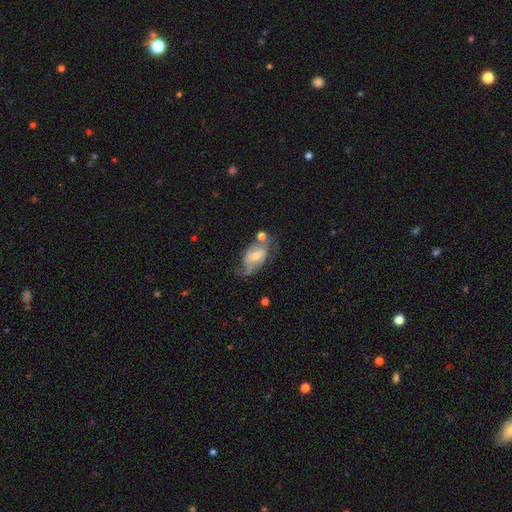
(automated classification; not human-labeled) smooth-or-featured: featured or disk: 58% | smooth: 35% | star or artifact: 8%
  disk-edge-on: no: 94% | yes: 6%
    bar: no: 46% | weak: 40% | strong: 14%
    has-spiral-arms: yes: 74% | no: 26%
    bulge-size: small: 56% | moderate: 35% | none: 4% | large: 3% | dominant: 1%
  merging: none: 35% | minor disturbance: 25% | major disturbance: 23% | merger: 17%